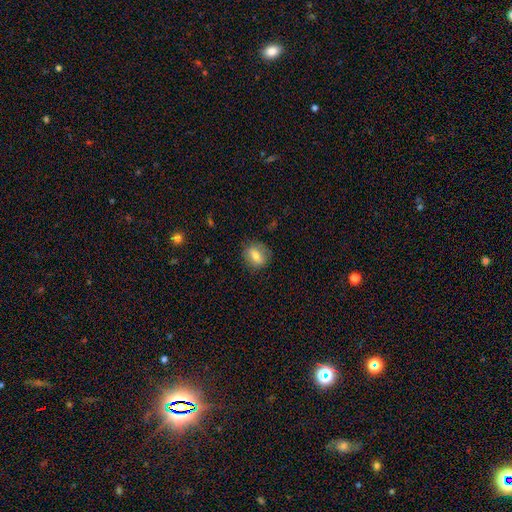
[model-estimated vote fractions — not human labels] Smooth or featured: smooth — 71% (featured or disk — 20%)
How rounded: round — 68% (in between — 30%)
Merging: none — 84% (minor disturbance — 11%)